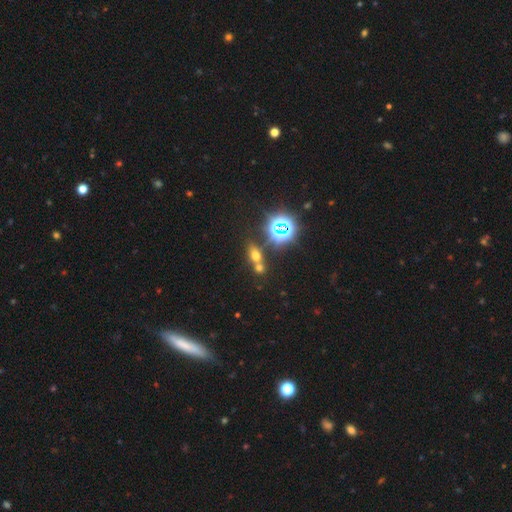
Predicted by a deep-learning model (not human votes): Morphology: type=smooth (50%); merging=none (47%).